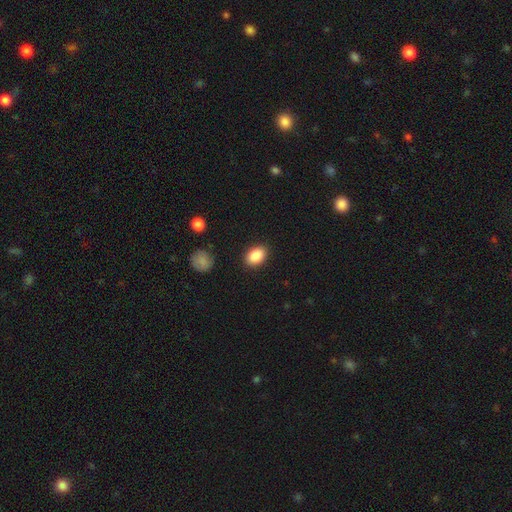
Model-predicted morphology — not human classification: This is clearly a smooth galaxy (88%). How rounded: clearly in between (84%). Merging: clearly none (88%).